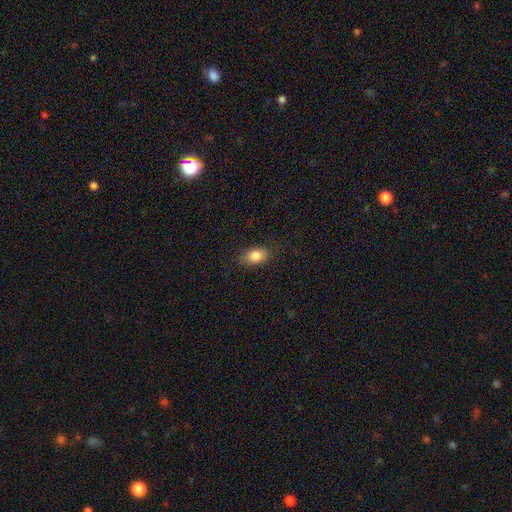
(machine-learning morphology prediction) Smooth or featured? smooth (85%)
How rounded? in between (85%)
Merging? none (85%)